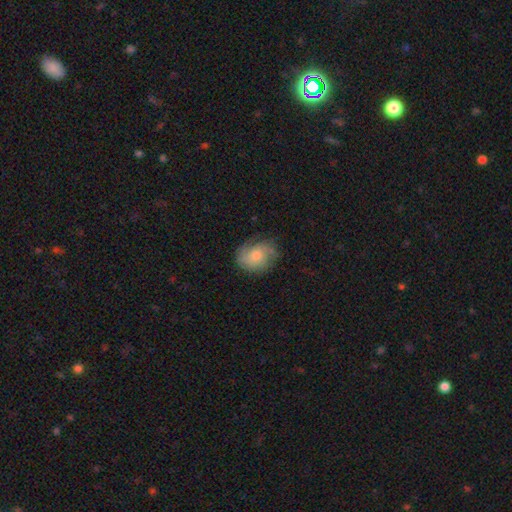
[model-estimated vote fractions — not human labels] This is possibly a smooth galaxy (54%). How rounded: possibly round (54%). Merging: likely none (68%).